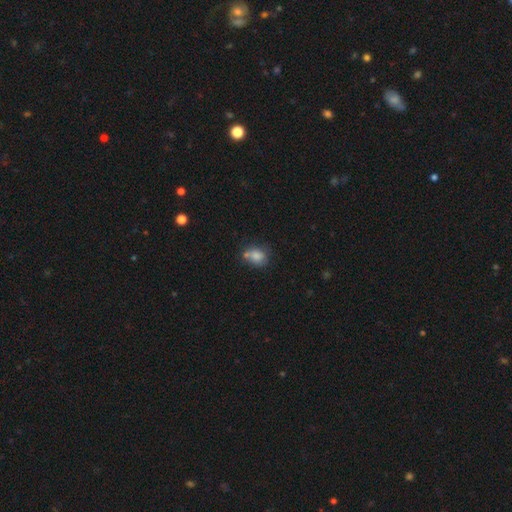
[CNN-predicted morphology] smooth 78%, featured or disk 11%, star or artifact 11%. Down the decision tree: how rounded — in between (61%); merging — none (47%).